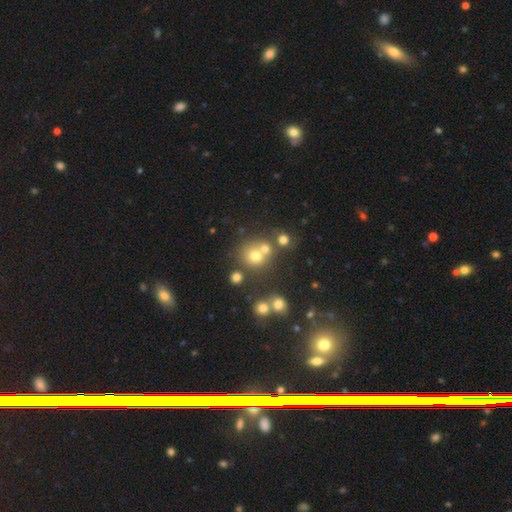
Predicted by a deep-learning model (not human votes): Smooth or featured? smooth (67%)
How rounded? round (85%)
Merging? none (55%)